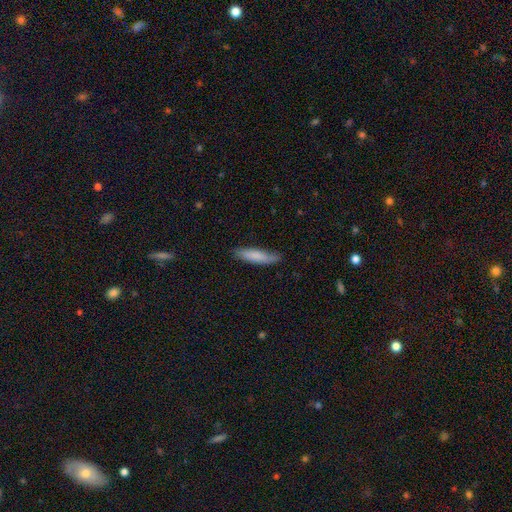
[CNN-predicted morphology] type=smooth (80%); roundness=cigar-shaped (79%); merging=none (80%).